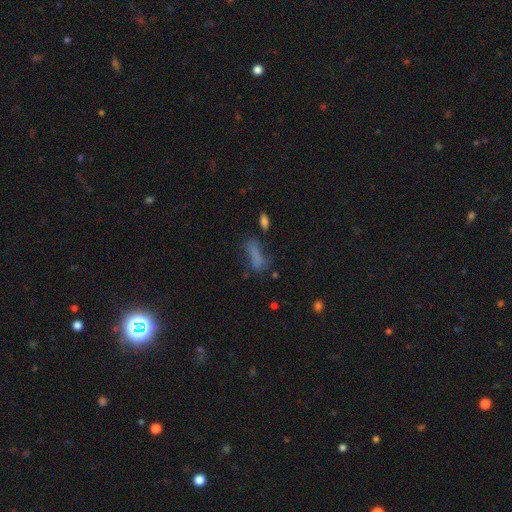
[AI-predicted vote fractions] A smooth galaxy with no disk features (66%) that is in between round and cigar-shaped (59%). Merging: none (42%).